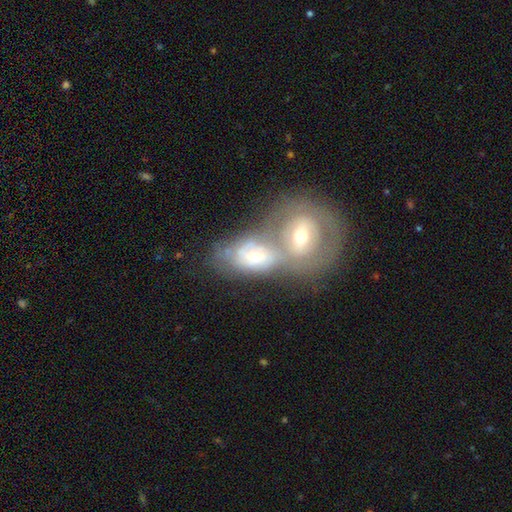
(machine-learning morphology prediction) type=featured or disk (55%); edge-on=no (92%); bar=no (56%); spiral arms=no (52%); bulge=moderate (54%); merging=merger (67%).